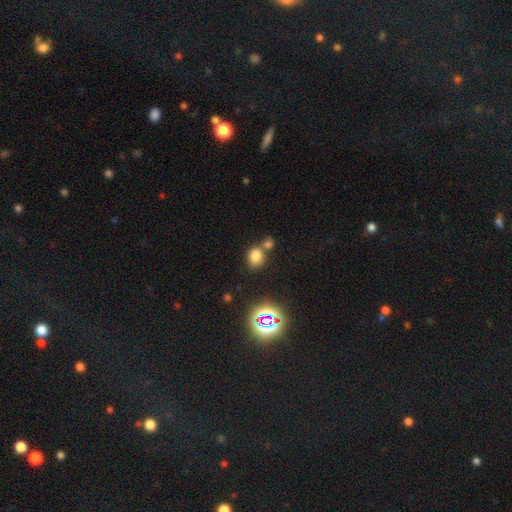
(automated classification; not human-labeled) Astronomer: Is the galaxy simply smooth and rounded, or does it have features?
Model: smooth — 75%.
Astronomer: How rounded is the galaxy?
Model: round — 58% (runner-up: in between, 41%).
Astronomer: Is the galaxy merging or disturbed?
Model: none — 54% (runner-up: merger, 32%).